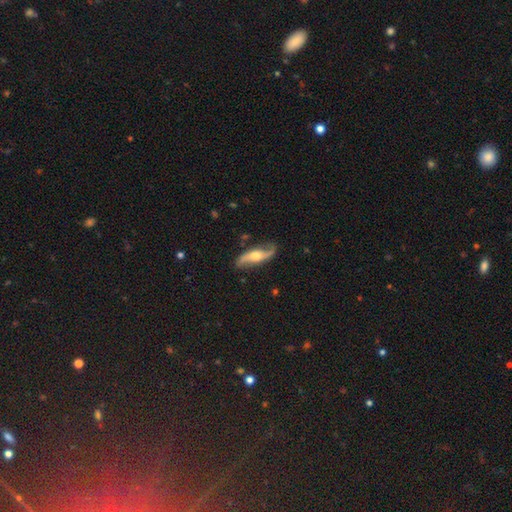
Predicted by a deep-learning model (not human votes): smooth-or-featured: featured or disk: 82% | smooth: 14% | star or artifact: 5%
  disk-edge-on: no: 84% | yes: 16%
    bar: no: 56% | weak: 31% | strong: 13%
    has-spiral-arms: yes: 95% | no: 5%
      spiral-winding: loose: 73% | medium: 20% | tight: 7%
      spiral-arm-count: 2: 92% | can't tell: 3% | 1: 3% | 3: 1% | 4: 1% | more than 4: 1%
    bulge-size: moderate: 66% | small: 17% | large: 13% | none: 2% | dominant: 2%
  merging: none: 80% | minor disturbance: 14% | major disturbance: 4% | merger: 2%